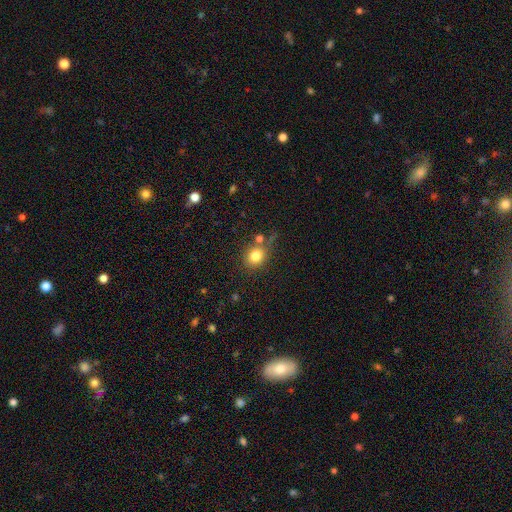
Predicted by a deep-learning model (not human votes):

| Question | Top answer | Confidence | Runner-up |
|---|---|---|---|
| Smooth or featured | smooth | 81% | star or artifact (11%) |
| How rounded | round | 72% | in between (27%) |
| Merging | none | 69% | minor disturbance (14%) |